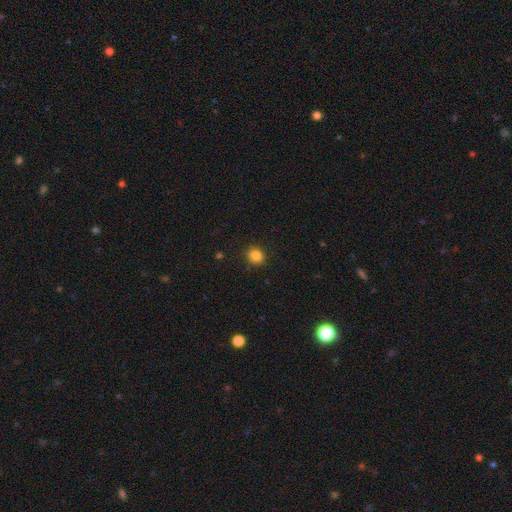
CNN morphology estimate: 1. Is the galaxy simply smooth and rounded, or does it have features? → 84% smooth, 11% star or artifact, 4% featured or disk.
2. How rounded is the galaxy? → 77% round, 22% in between, 1% cigar-shaped.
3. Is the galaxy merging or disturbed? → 91% none, 6% minor disturbance, 2% major disturbance, 1% merger.